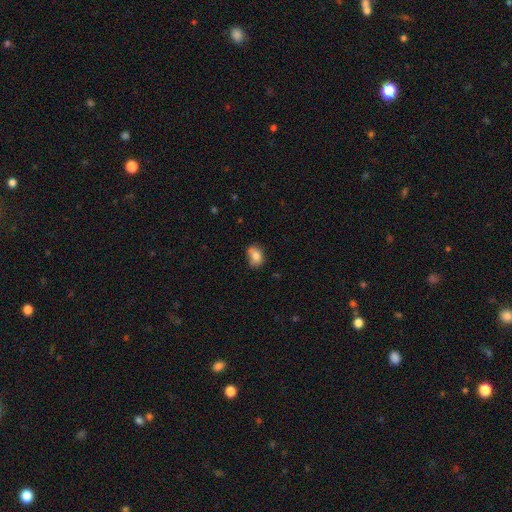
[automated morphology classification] This is likely a smooth galaxy (78%). How rounded: likely in between (68%). Merging: possibly none (52%).